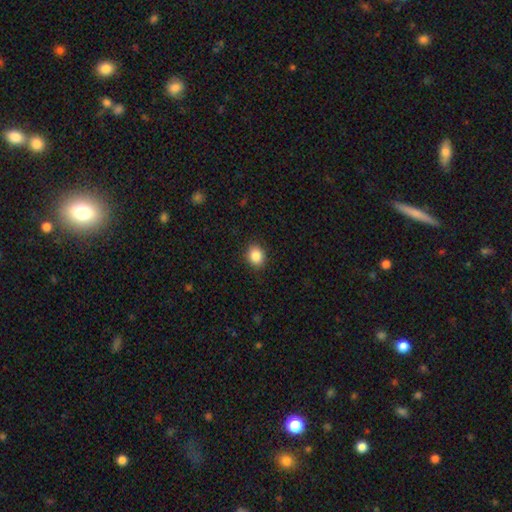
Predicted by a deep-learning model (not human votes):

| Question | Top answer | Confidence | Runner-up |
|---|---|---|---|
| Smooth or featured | smooth | 86% | star or artifact (9%) |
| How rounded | round | 58% | in between (41%) |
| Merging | none | 89% | minor disturbance (8%) |